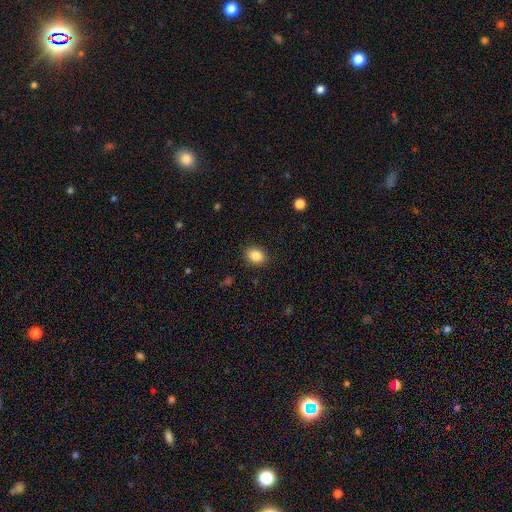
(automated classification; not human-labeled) Morphology: type=smooth (86%); roundness=in between (62%); merging=none (89%).